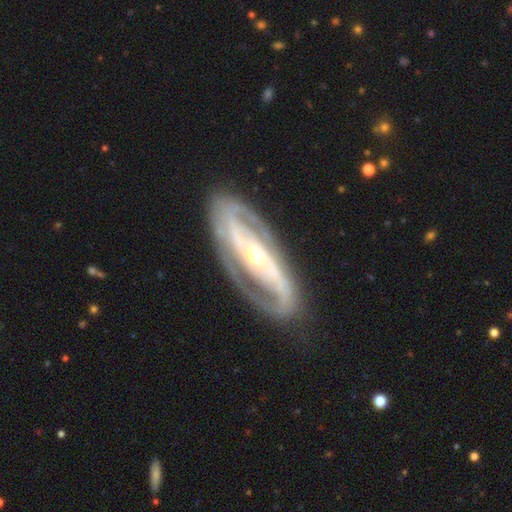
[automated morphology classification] smooth-or-featured: featured or disk: 88% | smooth: 7% | star or artifact: 5%
  disk-edge-on: no: 91% | yes: 9%
    bar: no: 39% | strong: 37% | weak: 24%
    has-spiral-arms: yes: 91% | no: 9%
      spiral-winding: tight: 46% | medium: 40% | loose: 13%
      spiral-arm-count: 2: 81% | can't tell: 9% | 3: 4% | 1: 3% | 4: 2% | more than 4: 2%
    bulge-size: moderate: 48% | small: 46% | large: 4% | dominant: 1% | none: 1%
  merging: none: 80% | minor disturbance: 13% | major disturbance: 6% | merger: 1%